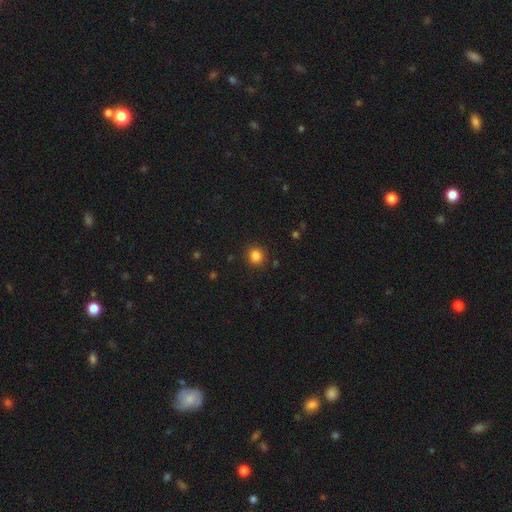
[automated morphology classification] type=smooth (84%); roundness=round (89%); merging=none (91%).